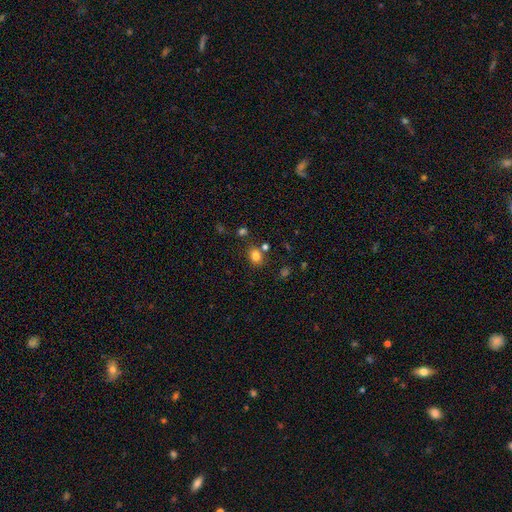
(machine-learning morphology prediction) This appears to be a smooth galaxy with no disk features (80%) that is in between round and cigar-shaped (53%). Merging: none (72%).